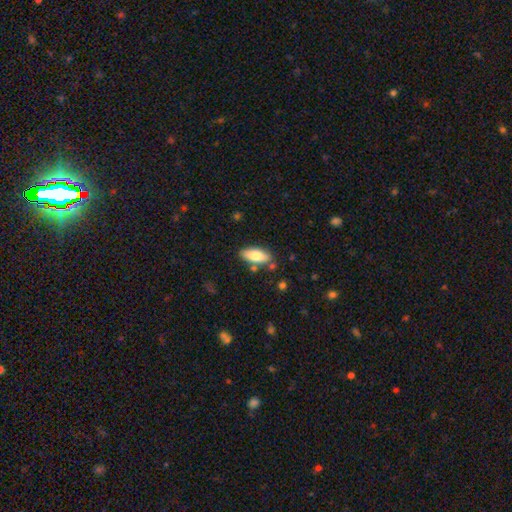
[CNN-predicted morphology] The model was most divided on "smooth or featured": smooth: 78%, featured or disk: 16%, star or artifact: 7%. More confident: how rounded — in between (84%); merging — none (79%).